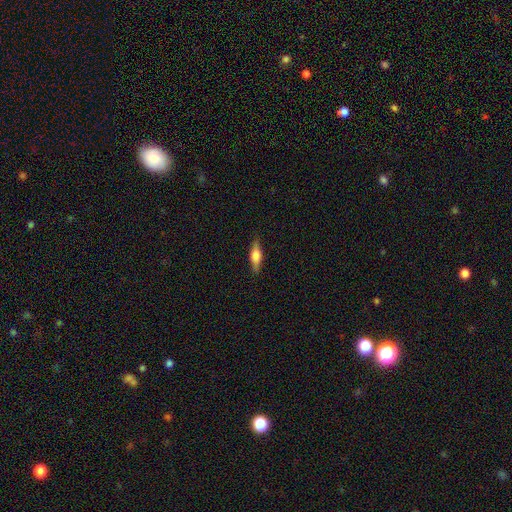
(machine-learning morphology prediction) smooth 53%, featured or disk 41%, star or artifact 7%. Down the decision tree: how rounded — cigar-shaped (54%); merging — none (85%).